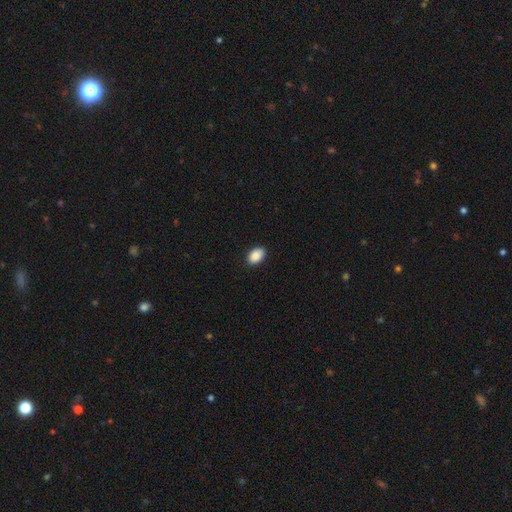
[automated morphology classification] This appears to be a smooth galaxy with no disk features (90%) that is in between round and cigar-shaped (88%). Merging: none (88%).